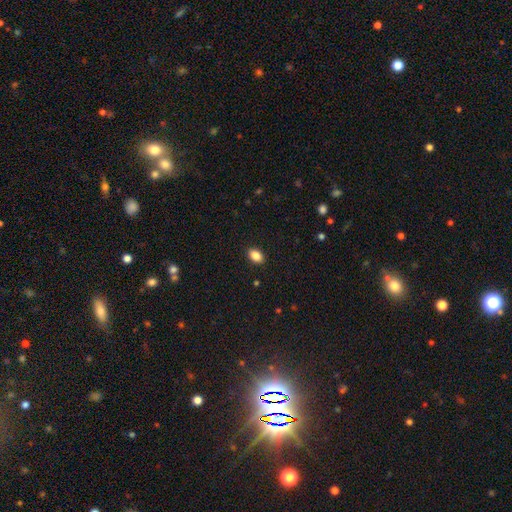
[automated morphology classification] Overall: smooth (87%). How rounded: in between (86%). Merging: none (90%).